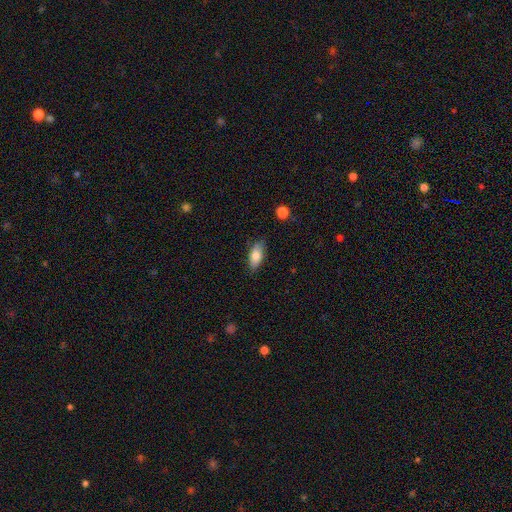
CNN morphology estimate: Q: Smooth or featured?
A: smooth (79%); runner-up: featured or disk (14%)
Q: How rounded?
A: in between (85%); runner-up: cigar-shaped (12%)
Q: Merging?
A: none (81%); runner-up: minor disturbance (15%)